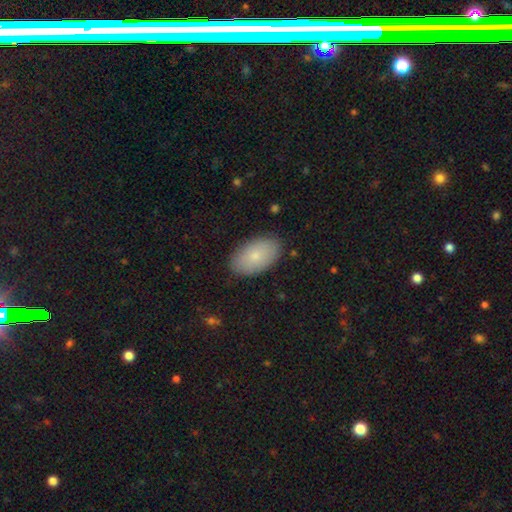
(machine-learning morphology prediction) smooth 80%, featured or disk 13%, star or artifact 7%. Down the decision tree: how rounded — in between (94%); merging — none (86%).